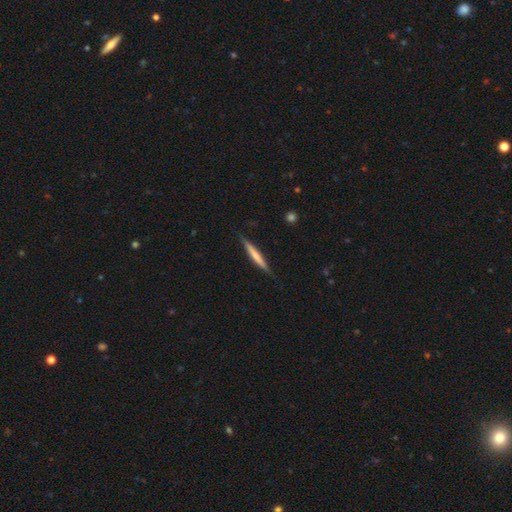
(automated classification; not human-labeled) A smooth galaxy with no disk features (51%) that is cigar-shaped (95%).

Vote fractions:
- Smooth or featured? smooth: 51% / featured or disk: 43% / star or artifact: 5%
- How rounded? cigar-shaped: 95% / in between: 4% / round: 1%
- Merging? none: 87% / minor disturbance: 10% / major disturbance: 2% / merger: 1%